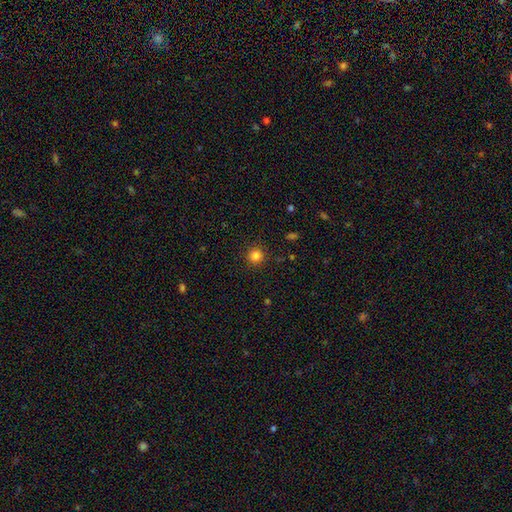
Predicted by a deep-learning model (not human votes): smooth 83%, star or artifact 13%, featured or disk 4%. Down the decision tree: how rounded — round (94%); merging — none (91%).